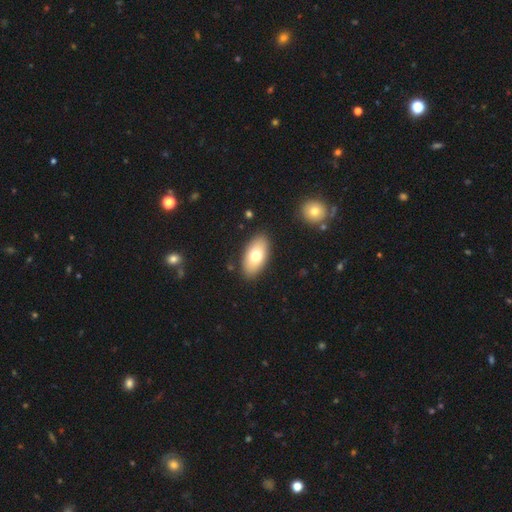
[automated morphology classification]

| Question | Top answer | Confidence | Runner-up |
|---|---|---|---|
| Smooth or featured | smooth | 71% | featured or disk (22%) |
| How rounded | in between | 93% | round (4%) |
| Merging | none | 88% | minor disturbance (8%) |